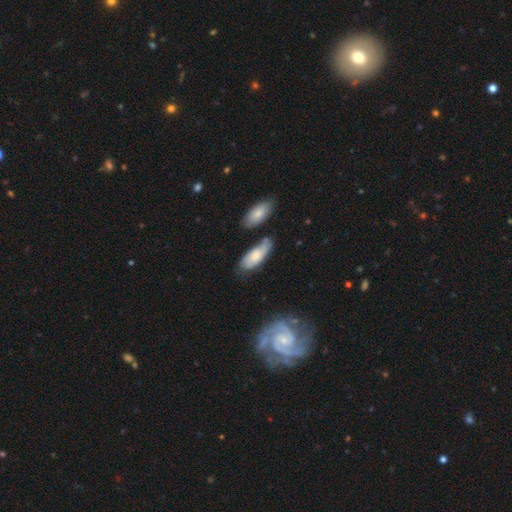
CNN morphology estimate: Smooth or featured: smooth — 70% (featured or disk — 24%)
How rounded: in between — 81% (cigar-shaped — 17%)
Merging: none — 49% (minor disturbance — 29%)